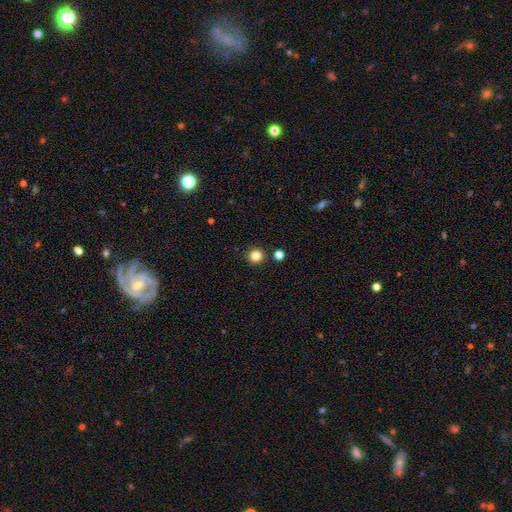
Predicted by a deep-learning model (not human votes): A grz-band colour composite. It shows a smooth galaxy with no disk features (83%) that is round (95%). Merging: none (91%).